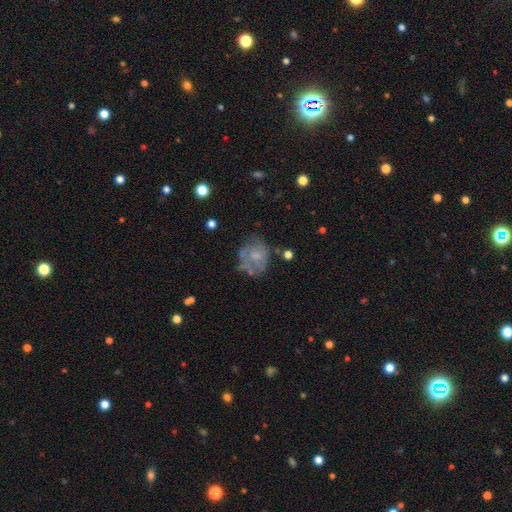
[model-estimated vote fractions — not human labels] Smooth or featured? Predicted: featured or disk (p=0.49). Merging? Predicted: none (p=0.50).